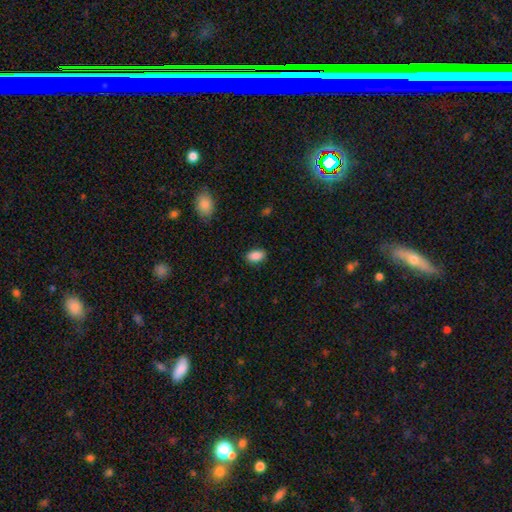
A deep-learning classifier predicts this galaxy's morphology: smooth-or-featured: smooth: 87% | star or artifact: 8% | featured or disk: 6%
  how-rounded: in between: 89% | round: 10% | cigar-shaped: 2%
  merging: none: 86% | minor disturbance: 11% | major disturbance: 2% | merger: 1%